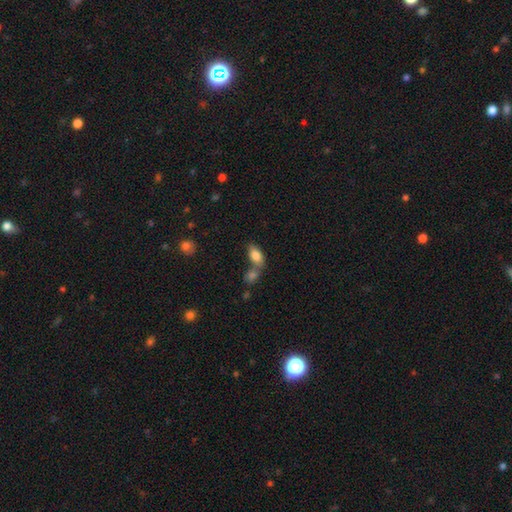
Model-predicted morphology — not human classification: This appears to be a smooth galaxy with no disk features (83%) that is in between round and cigar-shaped (90%). Merging: merger (48%).